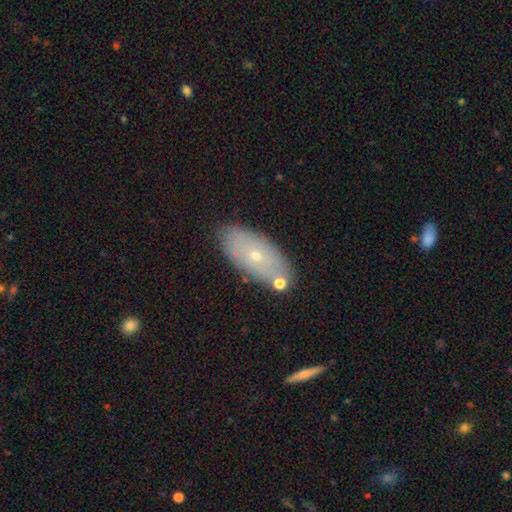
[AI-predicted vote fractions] Smooth or featured: smooth — 54% (featured or disk — 38%)
How rounded: in between — 89% (cigar-shaped — 6%)
Merging: none — 77% (minor disturbance — 13%)